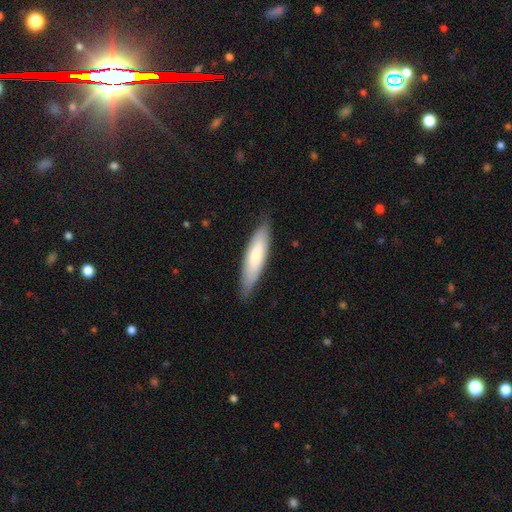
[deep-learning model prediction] Overall: smooth (70%). How rounded: cigar-shaped (66%; in between 32%). Merging: none (82%).